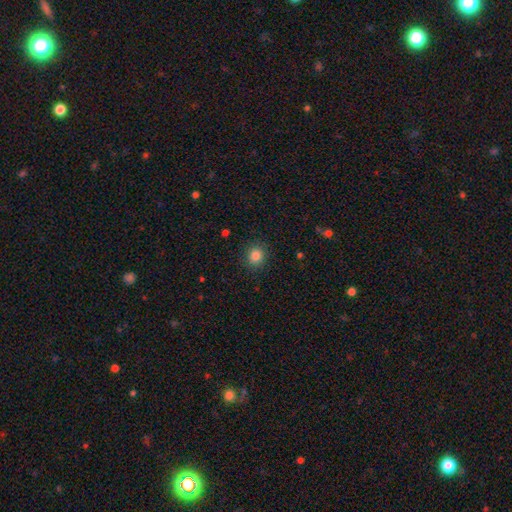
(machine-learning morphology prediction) Smooth or featured: smooth — 84% (star or artifact — 11%)
How rounded: round — 80% (in between — 19%)
Merging: none — 89% (minor disturbance — 7%)